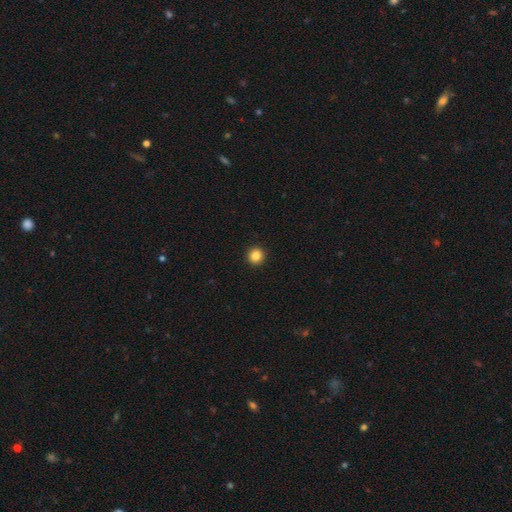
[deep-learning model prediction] Smooth or featured? smooth (85%)
How rounded? round (94%)
Merging? none (94%)